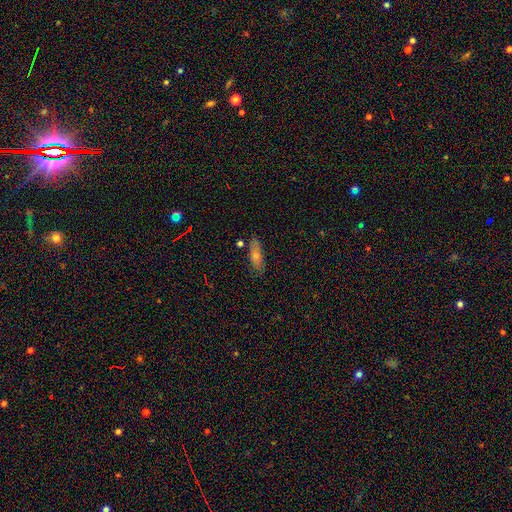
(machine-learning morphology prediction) Overall: smooth (58%; featured or disk 29%). How rounded: in between (49%; cigar-shaped 48%). Merging: none (79%).